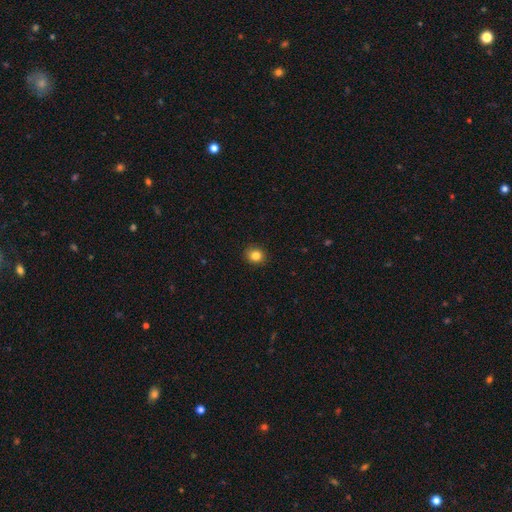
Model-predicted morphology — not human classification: This appears to be a smooth galaxy with no disk features (84%) that is round (80%). Merging: none (90%).